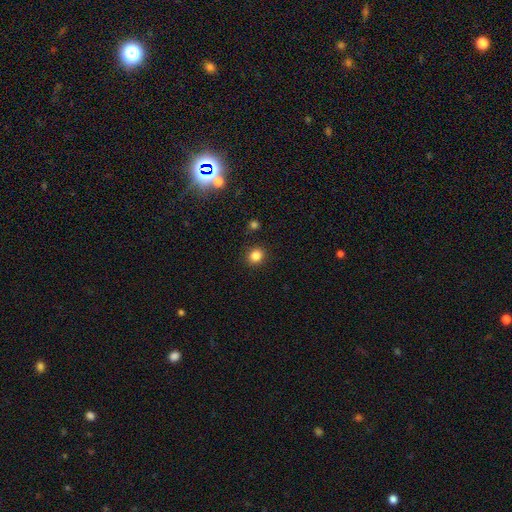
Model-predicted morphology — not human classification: type=smooth (84%); roundness=round (78%); merging=none (90%).